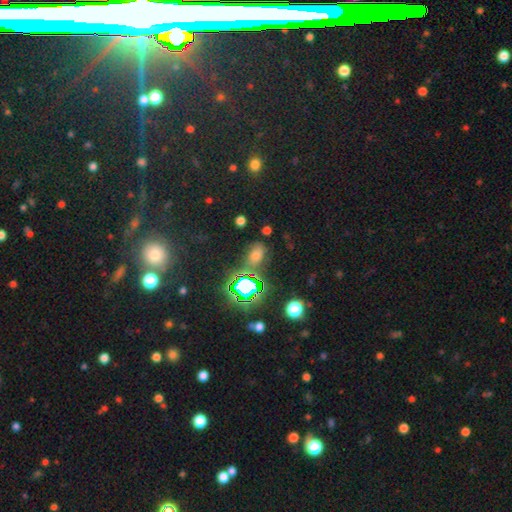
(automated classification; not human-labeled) Smooth or featured? smooth (46%)
Merging? none (73%)